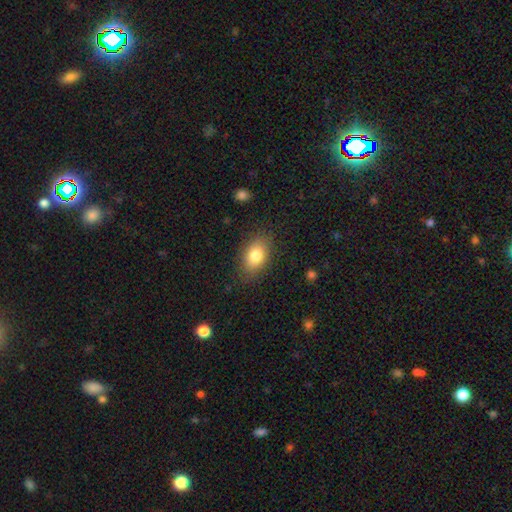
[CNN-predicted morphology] smooth-or-featured: smooth: 81% | featured or disk: 11% | star or artifact: 8%
  how-rounded: in between: 84% | round: 14% | cigar-shaped: 2%
  merging: none: 83% | minor disturbance: 12% | major disturbance: 4% | merger: 1%